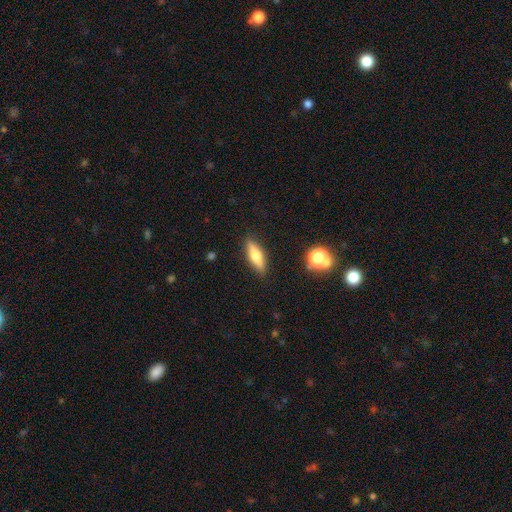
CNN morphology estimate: type=smooth (58%); roundness=cigar-shaped (54%); merging=none (87%).